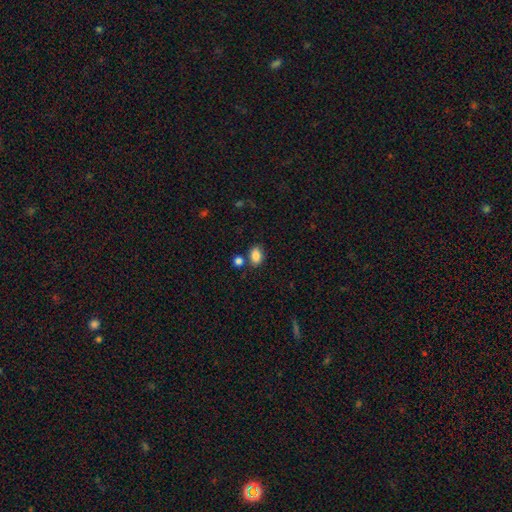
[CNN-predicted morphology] Smooth or featured?
  - smooth: 86% *
  - star or artifact: 9%
  - featured or disk: 5%
How rounded?
  - in between: 76% *
  - round: 22%
  - cigar-shaped: 1%
Merging?
  - none: 73% *
  - merger: 12%
  - minor disturbance: 12%
  - major disturbance: 3%